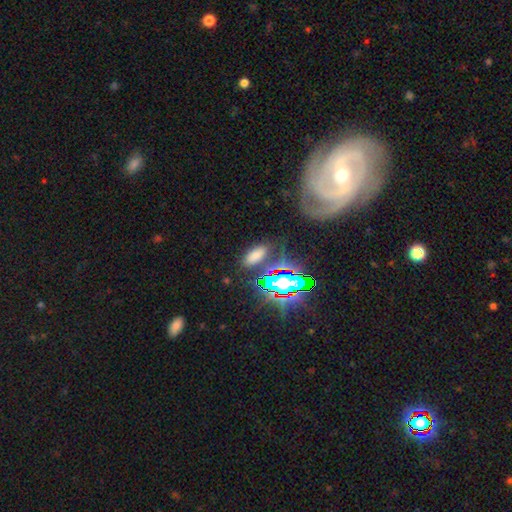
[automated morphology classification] A smooth galaxy with no disk features (61%) that is in between round and cigar-shaped (85%).

Vote fractions:
- Smooth or featured? smooth: 61% / star or artifact: 30% / featured or disk: 9%
- How rounded? in between: 85% / cigar-shaped: 10% / round: 5%
- Merging? none: 78% / minor disturbance: 12% / major disturbance: 5% / merger: 5%